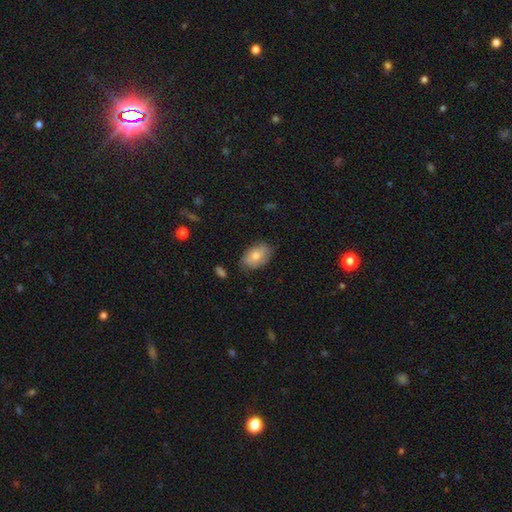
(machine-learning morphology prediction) smooth 58%, featured or disk 34%, star or artifact 8%. Down the decision tree: how rounded — in between (86%); merging — none (72%).